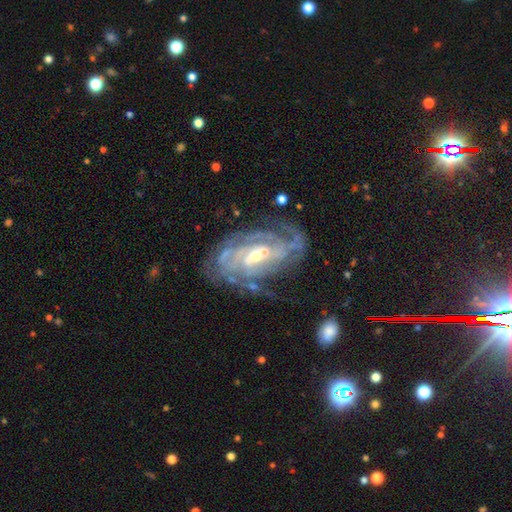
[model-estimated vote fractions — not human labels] Morphology: type=featured or disk (88%); edge-on=no (96%); bar=no (45%); spiral arms=yes (94%); winding=tight (63%); arm count=can't tell (35%); bulge=small (57%); merging=none (56%).